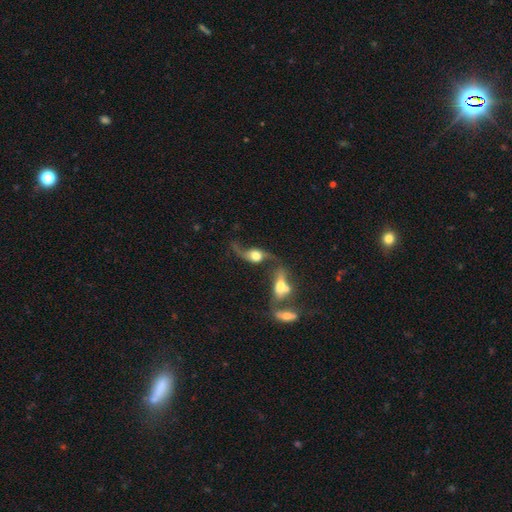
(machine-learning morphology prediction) Smooth or featured? featured or disk (74%)
Edge-on disk? no (88%)
Bar? no (68%)
Spiral arms? yes (91%)
Spiral winding? loose (90%)
Spiral arm count? 2 (88%)
Bulge size? large (41%)
Merging? none (39%)